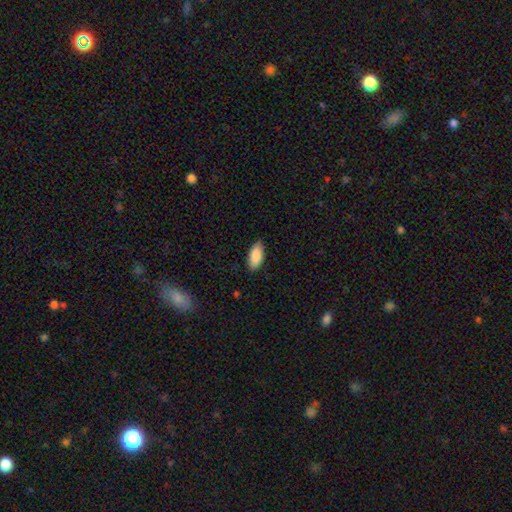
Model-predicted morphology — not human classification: Smooth or featured? Predicted: smooth (p=0.89). How rounded? Predicted: in between (p=0.89). Merging? Predicted: none (p=0.83).